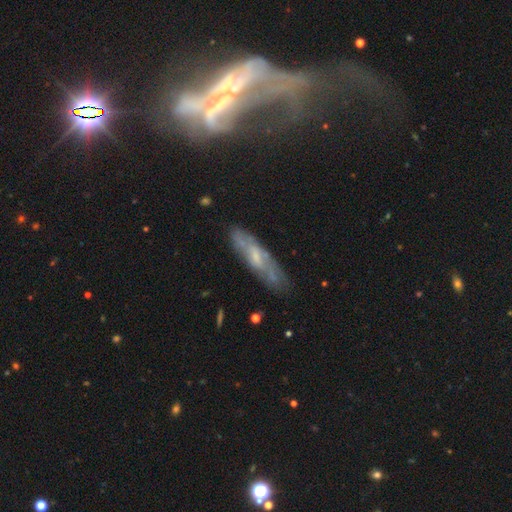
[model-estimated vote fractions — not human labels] Overall: featured or disk (58%; smooth 34%). Edge-on disk: no (60%; yes 40%). Merging: none (72%).